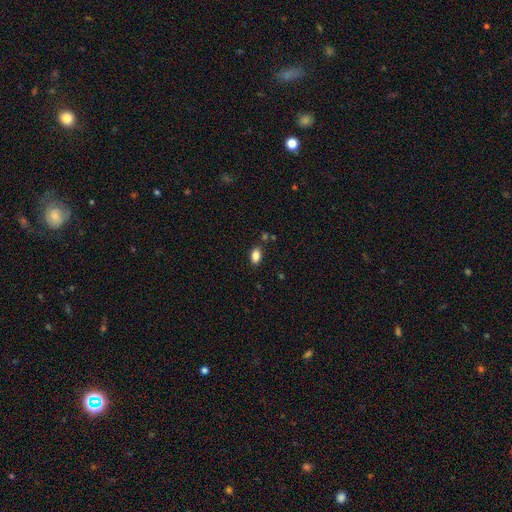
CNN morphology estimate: A smooth galaxy with no disk features (86%) that is in between round and cigar-shaped (90%).

Vote fractions:
- Smooth or featured? smooth: 86% / star or artifact: 9% / featured or disk: 5%
- How rounded? in between: 90% / round: 8% / cigar-shaped: 2%
- Merging? none: 83% / minor disturbance: 10% / merger: 4% / major disturbance: 2%